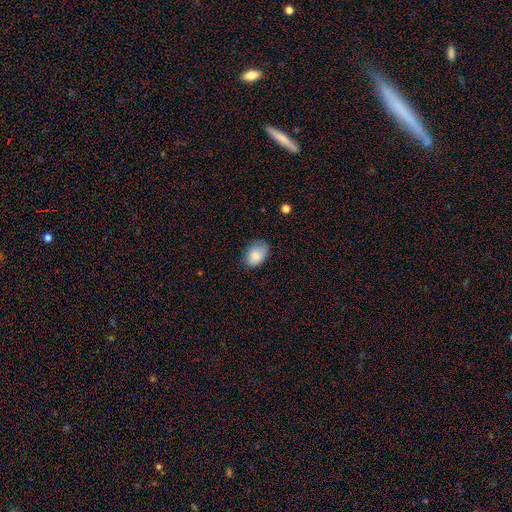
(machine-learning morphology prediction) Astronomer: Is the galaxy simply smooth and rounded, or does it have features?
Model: smooth — 84%.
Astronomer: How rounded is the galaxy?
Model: in between — 82%.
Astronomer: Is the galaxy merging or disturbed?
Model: none — 65%.